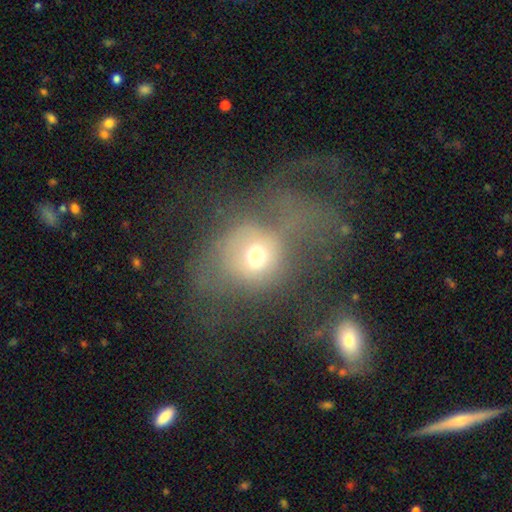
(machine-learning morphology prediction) Q: Smooth or featured?
A: smooth (56%); runner-up: featured or disk (29%)
Q: How rounded?
A: round (72%); runner-up: in between (27%)
Q: Merging?
A: major disturbance (54%); runner-up: none (23%)